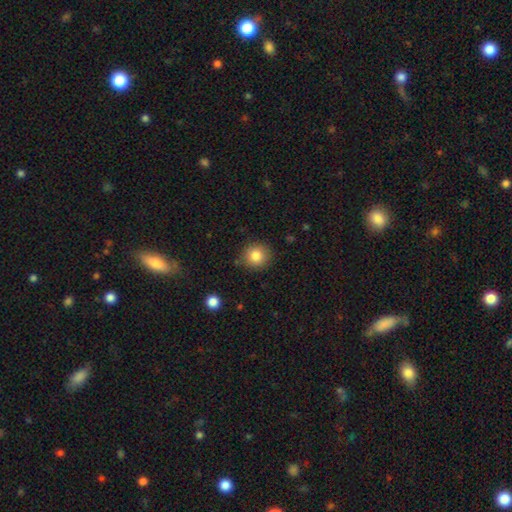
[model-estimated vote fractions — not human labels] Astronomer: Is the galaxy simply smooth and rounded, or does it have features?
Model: smooth — 84%.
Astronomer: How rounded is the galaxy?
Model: round — 90%.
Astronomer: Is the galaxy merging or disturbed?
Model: none — 86%.